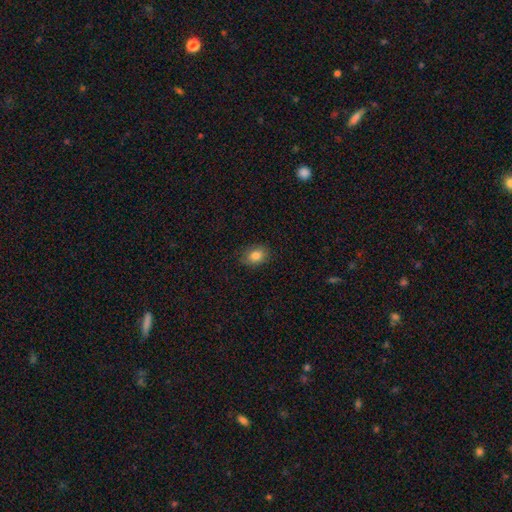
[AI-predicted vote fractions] Smooth or featured? smooth (84%)
How rounded? in between (69%)
Merging? none (82%)